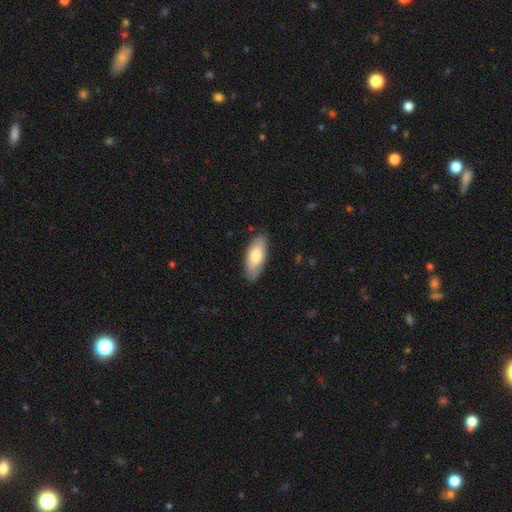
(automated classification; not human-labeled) Smooth or featured: smooth — 76% (featured or disk — 18%)
How rounded: in between — 82% (cigar-shaped — 16%)
Merging: none — 84% (minor disturbance — 13%)